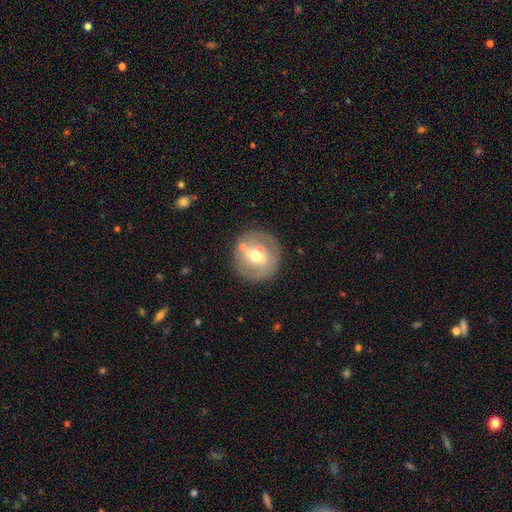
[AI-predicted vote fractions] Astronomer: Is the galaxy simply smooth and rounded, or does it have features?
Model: featured or disk — 51% (runner-up: smooth, 41%).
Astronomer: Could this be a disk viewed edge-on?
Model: no — 94%.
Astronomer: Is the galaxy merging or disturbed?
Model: none — 77%.